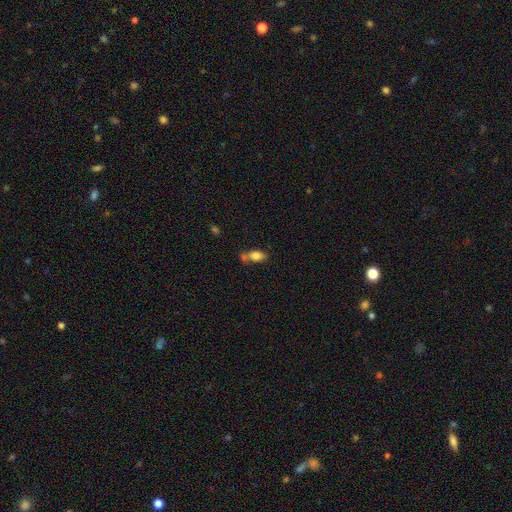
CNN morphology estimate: type=smooth (75%); roundness=in between (82%); merging=none (46%).